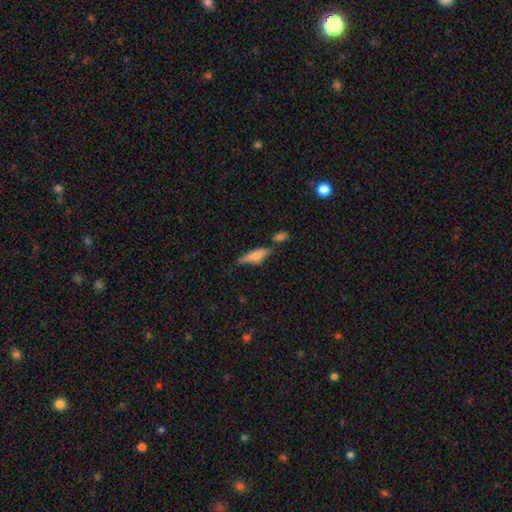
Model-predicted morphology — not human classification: type=smooth (63%); roundness=cigar-shaped (63%); merging=none (54%).